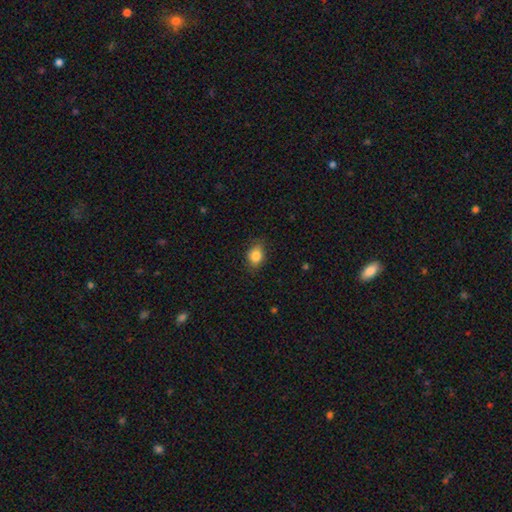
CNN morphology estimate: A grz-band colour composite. It shows a smooth galaxy with no disk features (83%) that is in between round and cigar-shaped (66%). Merging: none (78%).